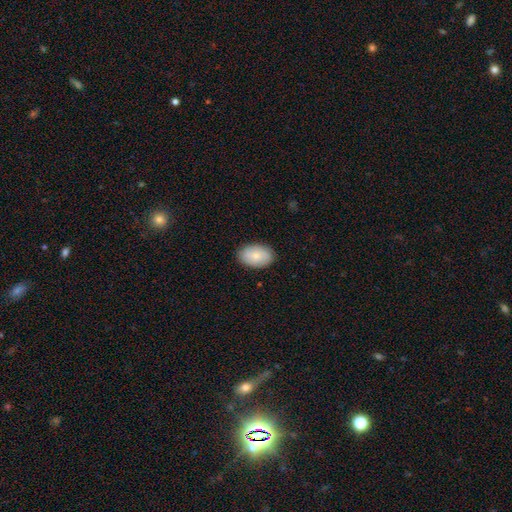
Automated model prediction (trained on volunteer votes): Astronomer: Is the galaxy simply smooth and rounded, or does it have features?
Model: smooth — 80%.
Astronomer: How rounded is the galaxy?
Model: in between — 88%.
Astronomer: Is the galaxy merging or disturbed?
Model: none — 88%.